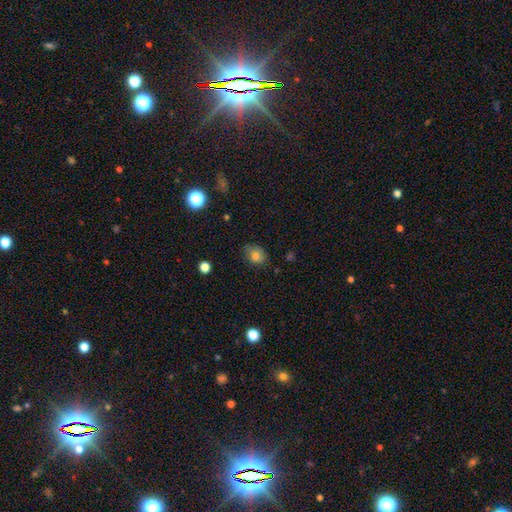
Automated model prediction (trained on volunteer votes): Smooth or featured?
  - smooth: 79% *
  - star or artifact: 11%
  - featured or disk: 10%
How rounded?
  - in between: 64% *
  - round: 35%
  - cigar-shaped: 1%
Merging?
  - none: 67% *
  - minor disturbance: 26%
  - major disturbance: 5%
  - merger: 2%